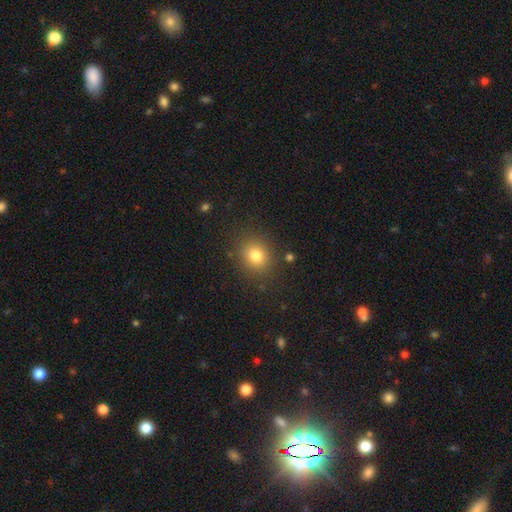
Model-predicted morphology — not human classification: smooth-or-featured: smooth: 80% | star or artifact: 13% | featured or disk: 7%
  how-rounded: round: 78% | in between: 21% | cigar-shaped: 1%
  merging: none: 86% | minor disturbance: 9% | major disturbance: 3% | merger: 2%